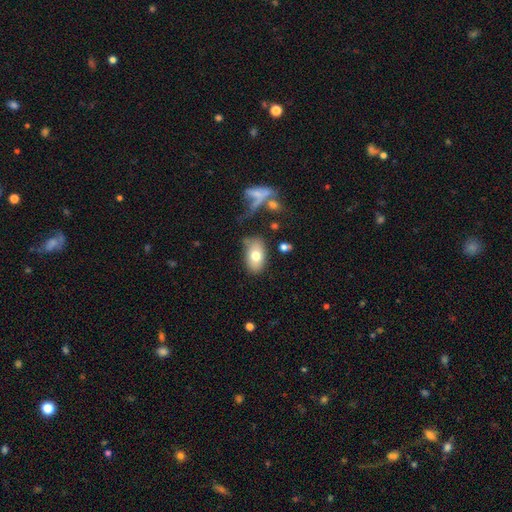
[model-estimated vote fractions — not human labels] smooth 74%, featured or disk 18%, star or artifact 8%. Down the decision tree: how rounded — in between (91%); merging — none (69%).